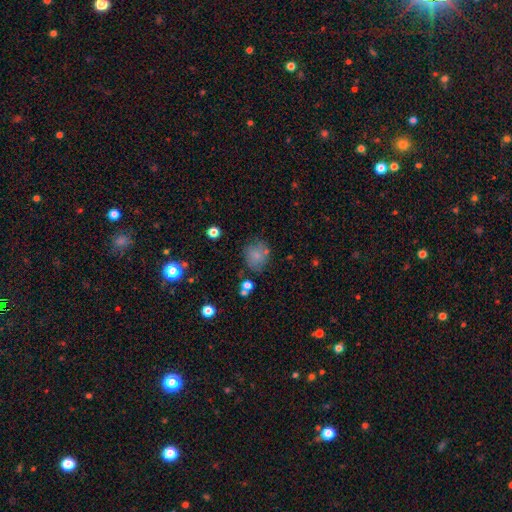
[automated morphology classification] Overall: smooth (77%). How rounded: round (69%; in between 30%). Merging: none (66%).